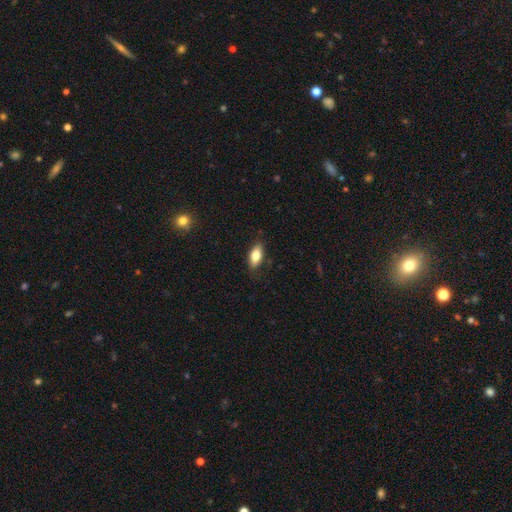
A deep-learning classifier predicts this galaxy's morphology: smooth_or_featured: smooth (p=0.79) [alt: featured or disk p=0.14]
how_rounded: in between (p=0.86) [alt: cigar-shaped p=0.11]
merging: none (p=0.85) [alt: minor disturbance p=0.12]